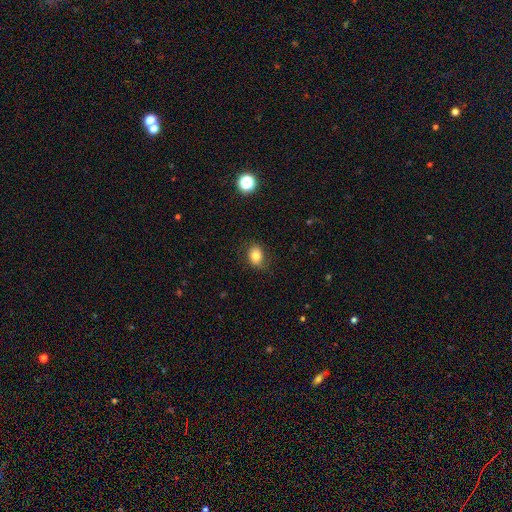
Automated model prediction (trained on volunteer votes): The model was most divided on "how rounded": in between: 65%, round: 34%, cigar-shaped: 1%. More confident: smooth or featured — smooth (78%); merging — none (77%).